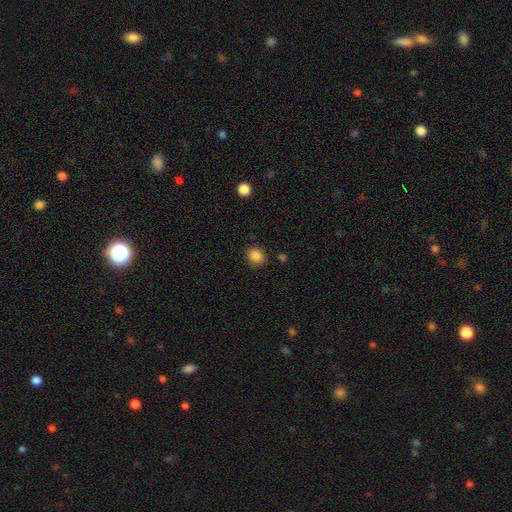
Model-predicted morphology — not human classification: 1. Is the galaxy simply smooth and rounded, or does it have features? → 85% smooth, 10% star or artifact, 4% featured or disk.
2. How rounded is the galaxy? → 82% round, 17% in between, 1% cigar-shaped.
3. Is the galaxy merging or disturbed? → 88% none, 7% minor disturbance, 2% major disturbance, 2% merger.